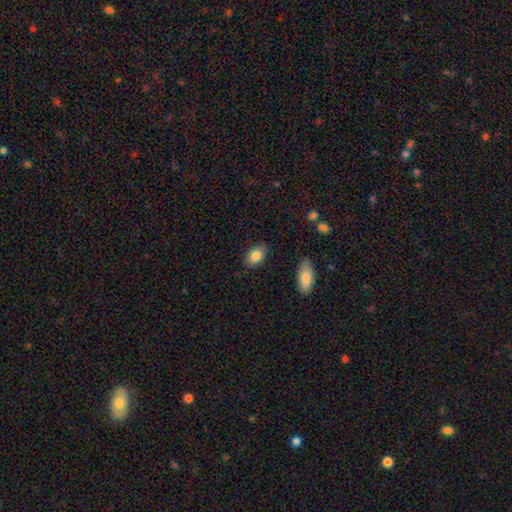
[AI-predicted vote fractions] This is clearly a smooth galaxy (84%). How rounded: clearly in between (88%). Merging: clearly none (84%).